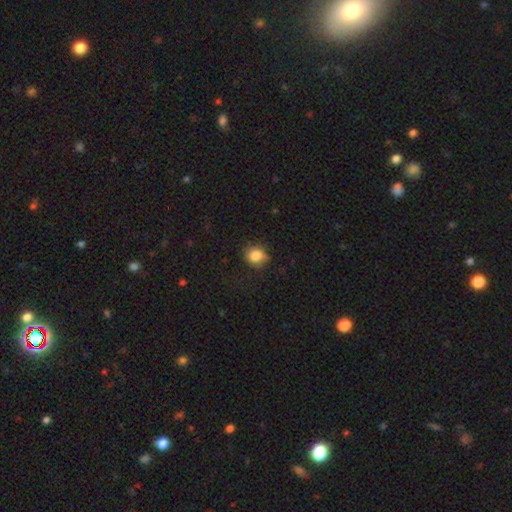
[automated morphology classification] Q: Smooth or featured?
A: smooth (84%); runner-up: star or artifact (9%)
Q: How rounded?
A: round (71%); runner-up: in between (28%)
Q: Merging?
A: none (72%); runner-up: minor disturbance (21%)